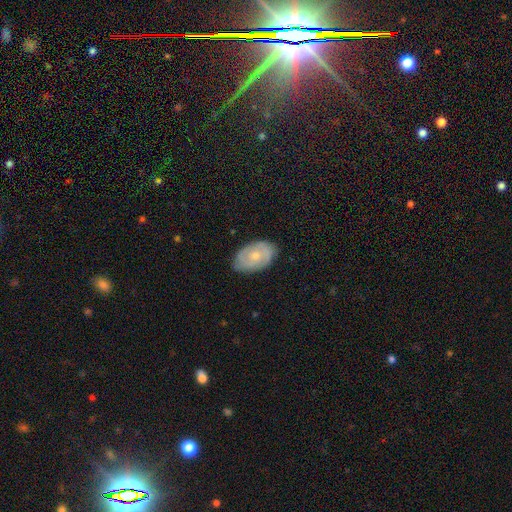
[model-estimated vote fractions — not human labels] Overall: featured or disk (55%; smooth 38%). Edge-on disk: no (95%). Bar: no (80%). Spiral arms: yes (73%). Bulge size: small (58%; moderate 38%). Merging: none (78%).